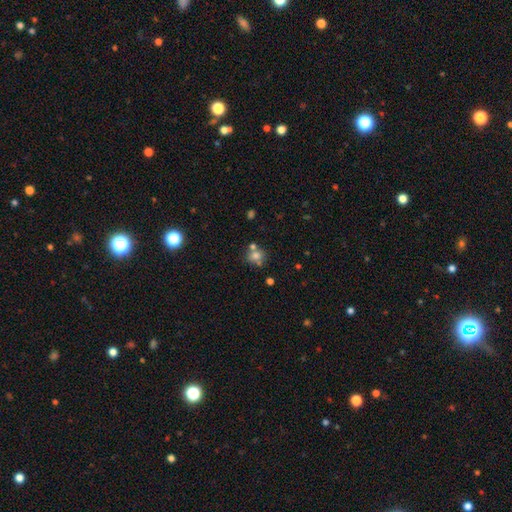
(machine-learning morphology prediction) smooth_or_featured: smooth (p=0.71) [alt: star or artifact p=0.15]
how_rounded: round (p=0.77) [alt: in between p=0.22]
merging: none (p=0.56) [alt: merger p=0.27]